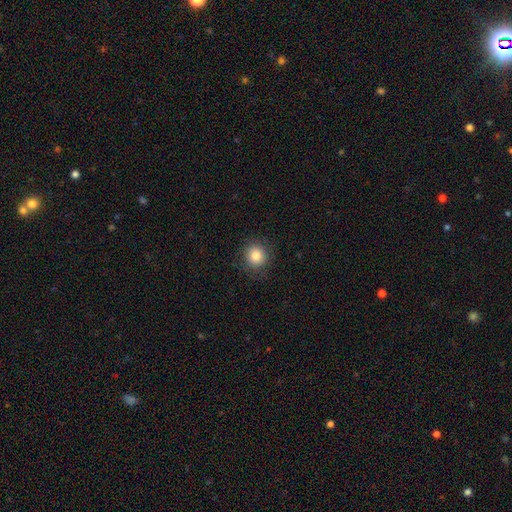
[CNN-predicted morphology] Smooth or featured: smooth — 83% (star or artifact — 10%)
How rounded: round — 90% (in between — 9%)
Merging: none — 88% (minor disturbance — 8%)